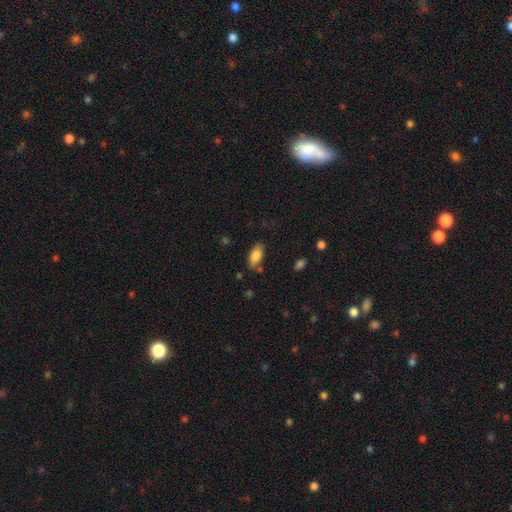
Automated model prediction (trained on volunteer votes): This appears to be a smooth galaxy with no disk features (84%) that is in between round and cigar-shaped (90%). Merging: none (74%).